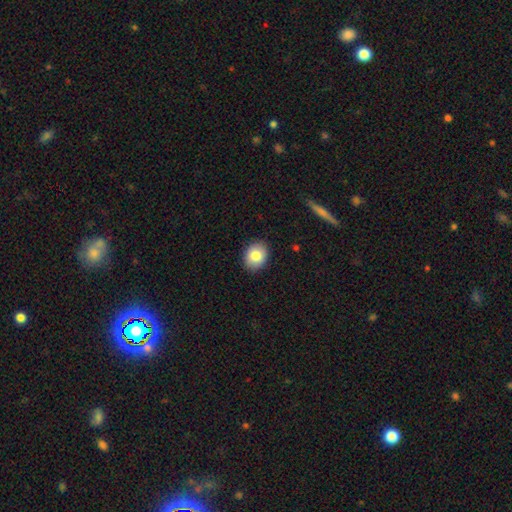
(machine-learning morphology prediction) Smooth or featured?
  - smooth: 82% *
  - featured or disk: 10%
  - star or artifact: 8%
How rounded?
  - round: 50% *
  - in between: 49%
  - cigar-shaped: 1%
Merging?
  - none: 89% *
  - minor disturbance: 8%
  - major disturbance: 2%
  - merger: 1%